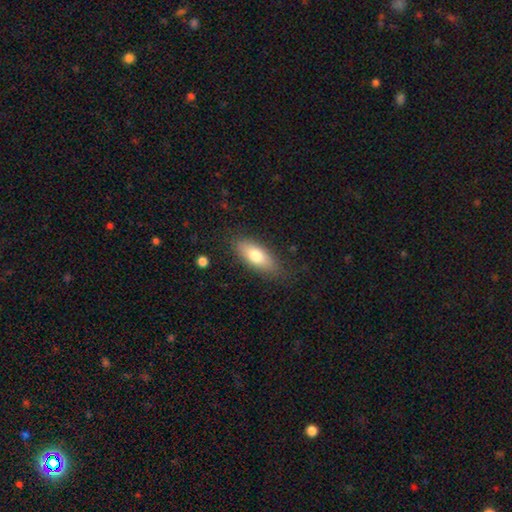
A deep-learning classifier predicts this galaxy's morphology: This appears to be a smooth galaxy with no disk features (74%) that is in between round and cigar-shaped (78%). Merging: none (81%).